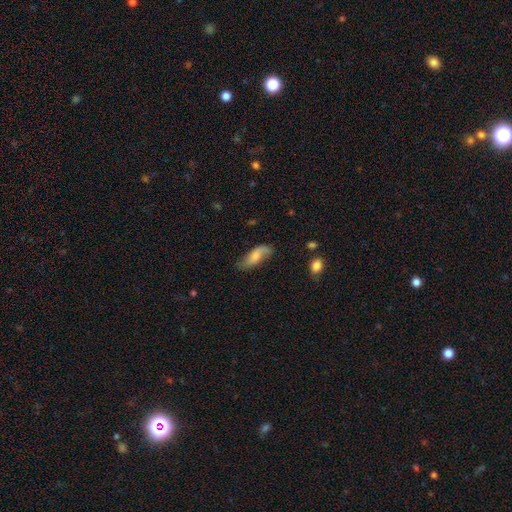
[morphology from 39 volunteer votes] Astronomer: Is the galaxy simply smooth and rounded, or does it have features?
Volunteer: featured or disk — 54% (runner-up: smooth, 38%).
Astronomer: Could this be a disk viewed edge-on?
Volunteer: no — 95%.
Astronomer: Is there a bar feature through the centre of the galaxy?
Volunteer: no — 55% (runner-up: weak, 40%).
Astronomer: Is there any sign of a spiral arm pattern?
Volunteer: yes — 90%.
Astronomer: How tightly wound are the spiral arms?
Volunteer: loose — 83%.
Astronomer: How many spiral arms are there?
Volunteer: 2 — 89%.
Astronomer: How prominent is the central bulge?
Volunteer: large — 30%, tied with moderate at 30%.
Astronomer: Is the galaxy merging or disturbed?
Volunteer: none — 50%.